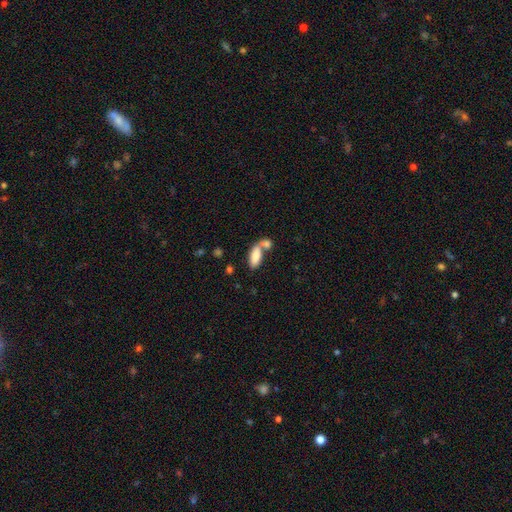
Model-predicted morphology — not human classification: Overall: smooth (81%). How rounded: in between (83%). Merging: merger (50%; none 34%).